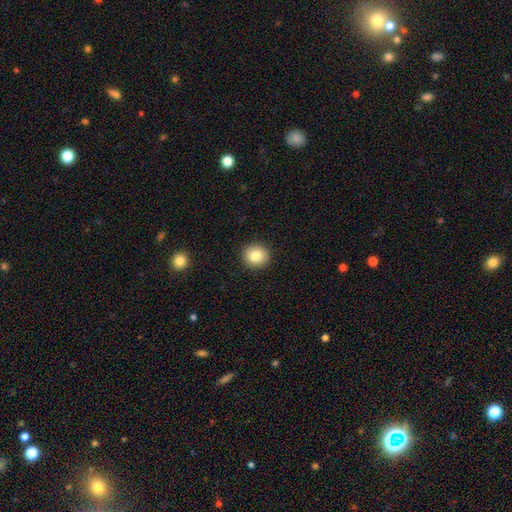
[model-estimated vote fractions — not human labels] A smooth galaxy with no disk features (83%) that is round (87%). Merging: none (92%).